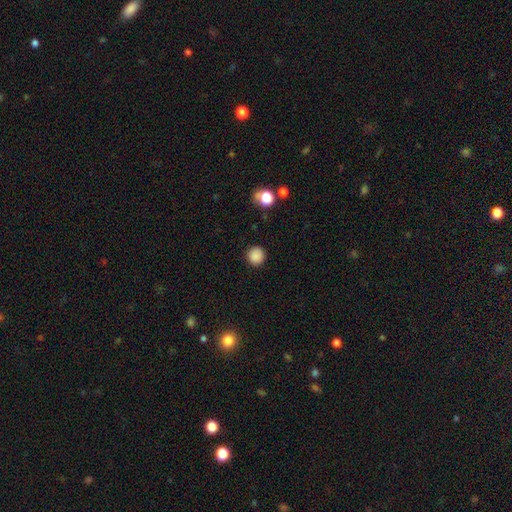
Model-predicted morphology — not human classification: Q: Smooth or featured?
A: smooth (86%); runner-up: star or artifact (11%)
Q: How rounded?
A: round (94%); runner-up: in between (5%)
Q: Merging?
A: none (91%); runner-up: minor disturbance (6%)